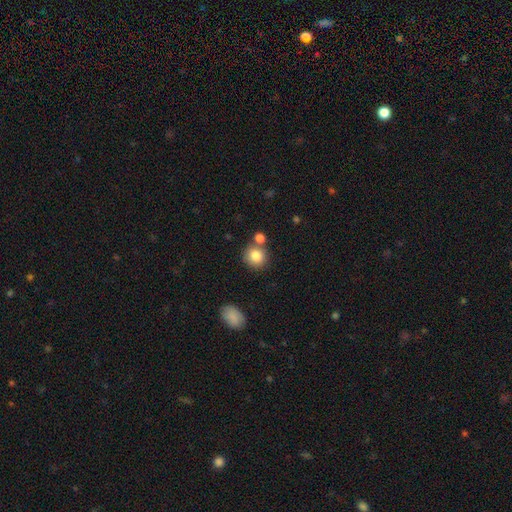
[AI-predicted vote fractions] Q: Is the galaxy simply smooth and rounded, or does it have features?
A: smooth — 83%.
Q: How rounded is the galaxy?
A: round — 86%.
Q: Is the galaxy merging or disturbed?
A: none — 67%.